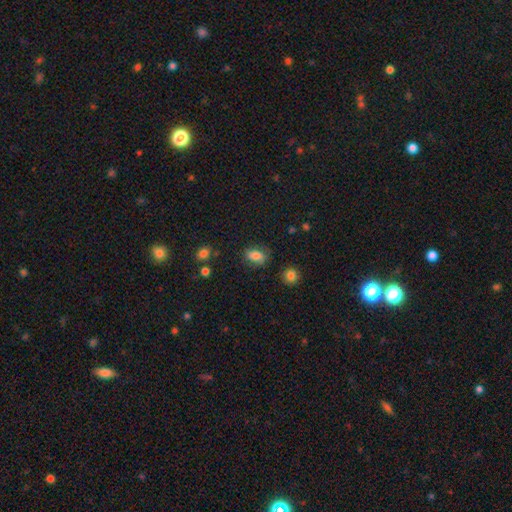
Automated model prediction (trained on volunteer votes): Smooth or featured? Predicted: smooth (p=0.79). How rounded? Predicted: in between (p=0.83). Merging? Predicted: none (p=0.71).